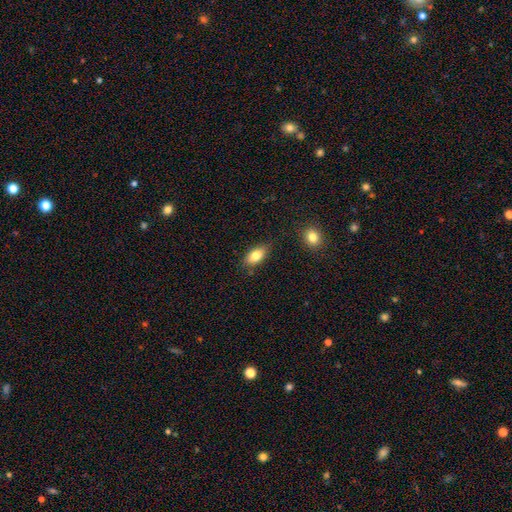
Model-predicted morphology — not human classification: Smooth or featured?
  - smooth: 81% *
  - featured or disk: 11%
  - star or artifact: 8%
How rounded?
  - in between: 89% *
  - round: 6%
  - cigar-shaped: 5%
Merging?
  - none: 80% *
  - minor disturbance: 14%
  - major disturbance: 3%
  - merger: 3%